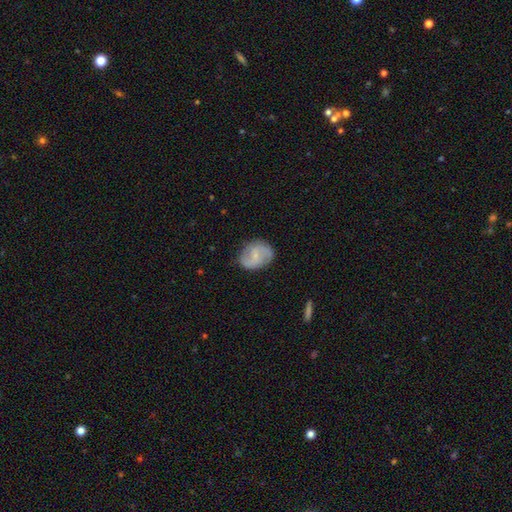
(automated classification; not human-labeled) featured or disk 68%, smooth 26%, star or artifact 6%. Down the decision tree: edge-on disk — no (97%); bar — no (46%); spiral arms — yes (91%); spiral arm count — 2 (83%); spiral winding — medium (48%); bulge size — small (69%); merging — none (76%).